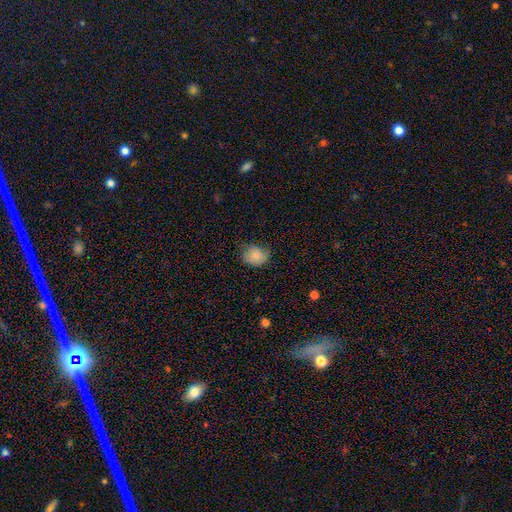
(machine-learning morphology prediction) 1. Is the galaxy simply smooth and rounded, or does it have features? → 84% smooth, 8% star or artifact, 8% featured or disk.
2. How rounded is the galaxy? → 57% in between, 42% round, 1% cigar-shaped.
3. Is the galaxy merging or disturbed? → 60% none, 31% minor disturbance, 7% major disturbance, 1% merger.